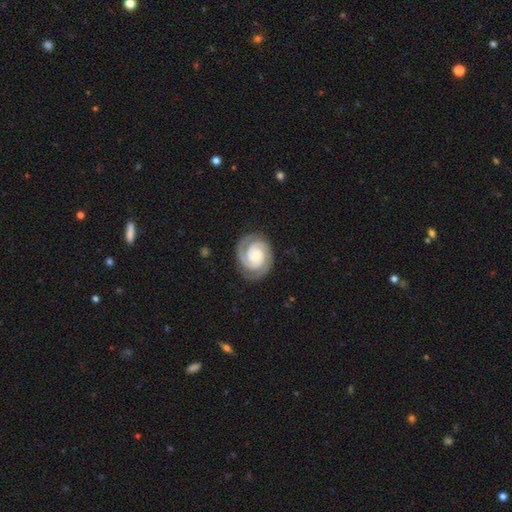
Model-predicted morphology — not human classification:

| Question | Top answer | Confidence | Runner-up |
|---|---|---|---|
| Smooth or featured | featured or disk | 90% | smooth (6%) |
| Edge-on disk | no | 98% | yes (2%) |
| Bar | no | 70% | weak (22%) |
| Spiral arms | yes | 98% | no (2%) |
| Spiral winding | tight | 74% | medium (23%) |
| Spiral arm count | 2 | 83% | 3 (8%) |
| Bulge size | small | 59% | moderate (32%) |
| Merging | none | 84% | minor disturbance (12%) |